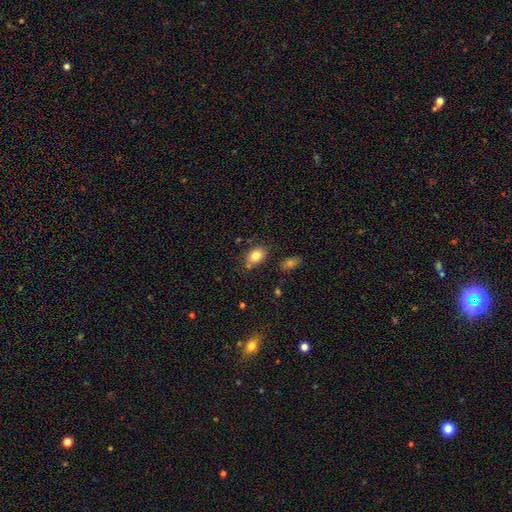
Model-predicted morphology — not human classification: smooth 82%, featured or disk 9%, star or artifact 9%. Down the decision tree: how rounded — in between (76%); merging — none (70%).